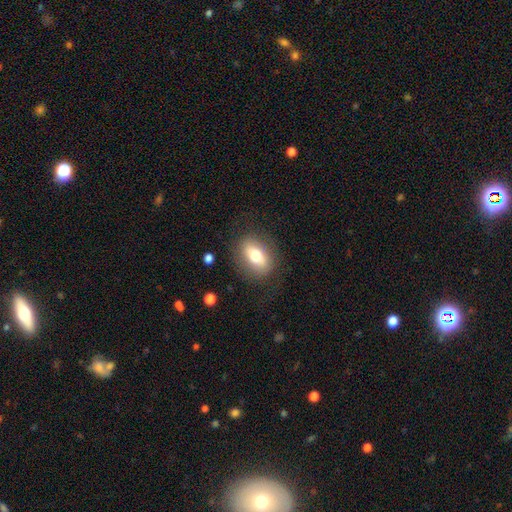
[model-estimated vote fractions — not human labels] This is likely a smooth galaxy (66%). How rounded: likely in between (76%). Merging: clearly none (81%).